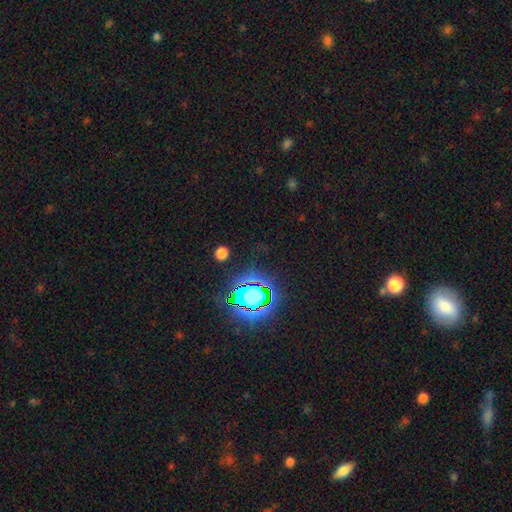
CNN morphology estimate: A star or artifact, not a galaxy (79%).